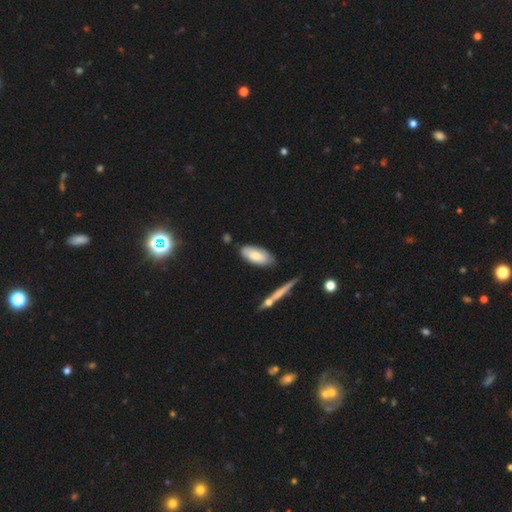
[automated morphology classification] A smooth galaxy with no disk features (73%) that is in between round and cigar-shaped (83%).

Vote fractions:
- Smooth or featured? smooth: 73% / featured or disk: 21% / star or artifact: 6%
- How rounded? in between: 83% / cigar-shaped: 15% / round: 2%
- Merging? none: 74% / minor disturbance: 18% / merger: 5% / major disturbance: 4%